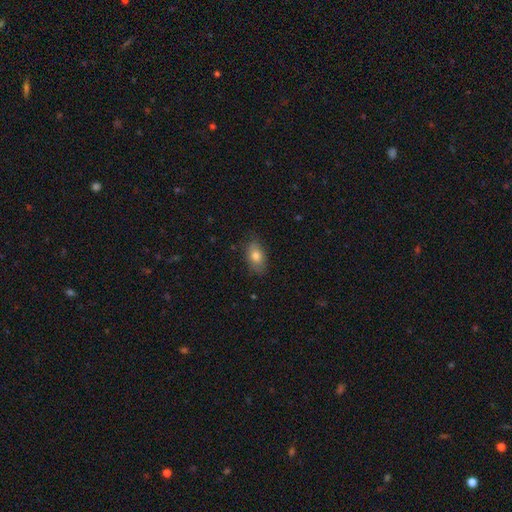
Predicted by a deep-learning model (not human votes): Smooth or featured: smooth — 78% (featured or disk — 14%)
How rounded: in between — 88% (round — 9%)
Merging: none — 80% (minor disturbance — 16%)